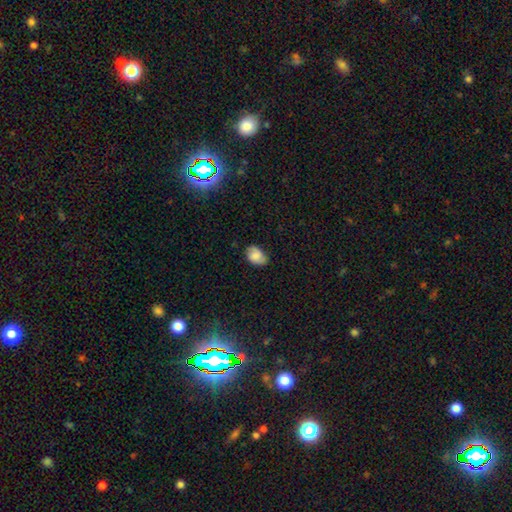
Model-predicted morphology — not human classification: The model was most divided on "merging": none: 70%, minor disturbance: 25%, major disturbance: 4%, merger: 1%. More confident: how rounded — in between (83%); smooth or featured — smooth (79%).